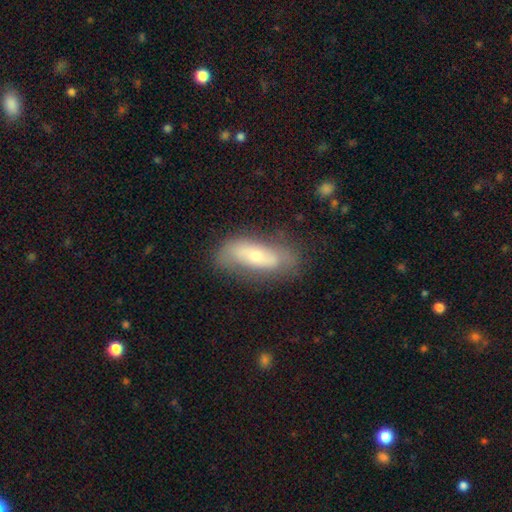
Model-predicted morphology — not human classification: featured or disk 48%, smooth 45%, star or artifact 7%. Down the decision tree: merging — none (68%).